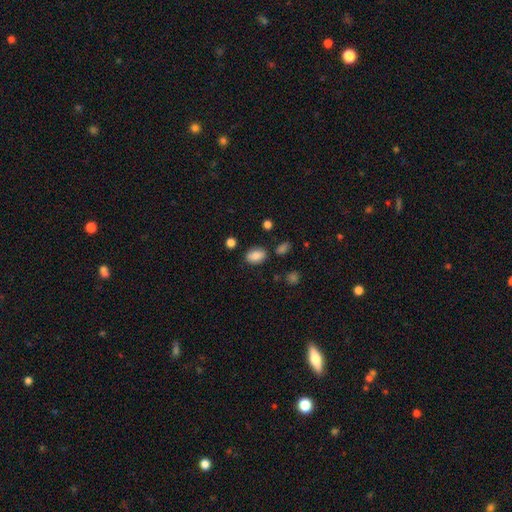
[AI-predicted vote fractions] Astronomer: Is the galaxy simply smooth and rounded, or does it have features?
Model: smooth — 83%.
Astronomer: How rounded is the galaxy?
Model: in between — 79%.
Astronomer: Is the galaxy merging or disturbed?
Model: none — 79%.